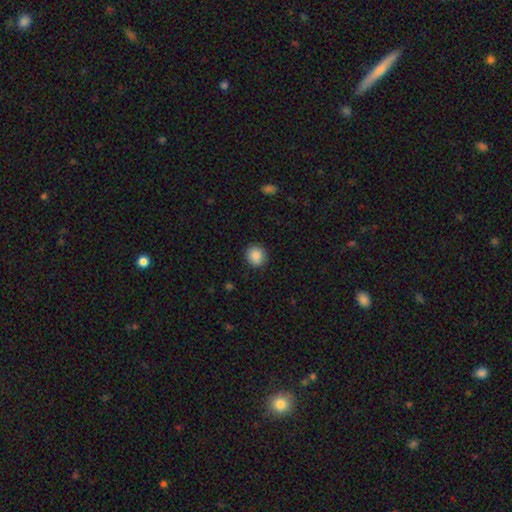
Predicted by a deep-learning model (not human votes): smooth-or-featured: smooth: 89% | star or artifact: 8% | featured or disk: 3%
  how-rounded: round: 88% | in between: 11% | cigar-shaped: 1%
  merging: none: 90% | minor disturbance: 7% | major disturbance: 2% | merger: 1%